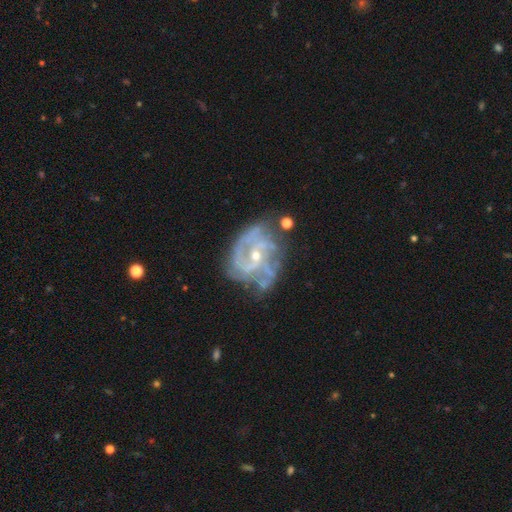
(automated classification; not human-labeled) Smooth or featured? featured or disk (88%)
Edge-on disk? no (98%)
Bar? no (48%)
Spiral arms? yes (94%)
Spiral winding? medium (46%)
Spiral arm count? 2 (35%)
Bulge size? small (66%)
Merging? none (56%)